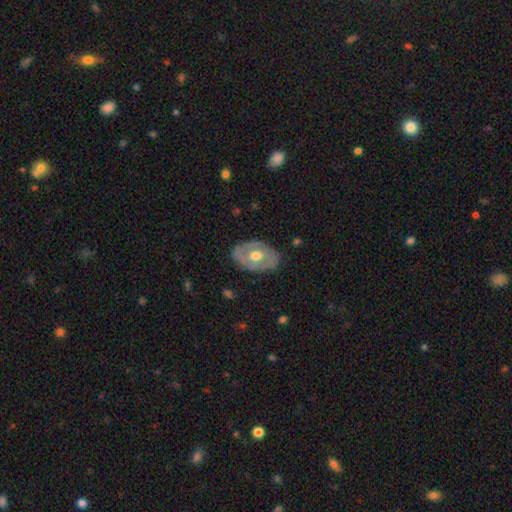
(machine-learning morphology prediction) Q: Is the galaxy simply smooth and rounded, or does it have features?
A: featured or disk — 60%.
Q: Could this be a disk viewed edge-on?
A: no — 91%.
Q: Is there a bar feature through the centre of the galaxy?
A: no — 76%.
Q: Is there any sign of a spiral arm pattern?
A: no — 72%.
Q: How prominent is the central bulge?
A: moderate — 73%.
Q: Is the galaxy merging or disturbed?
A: none — 79%.